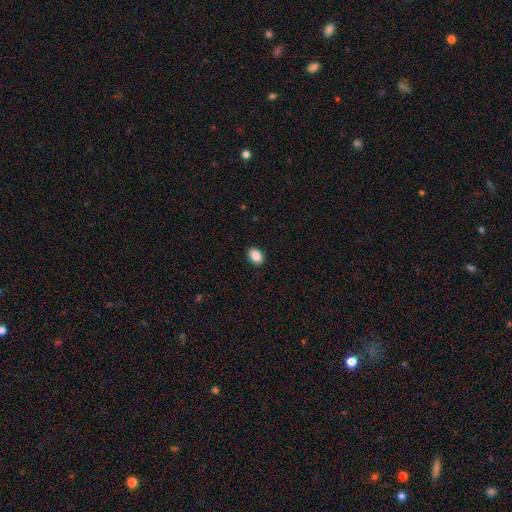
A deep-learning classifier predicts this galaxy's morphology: type=smooth (88%); roundness=in between (76%); merging=none (90%).